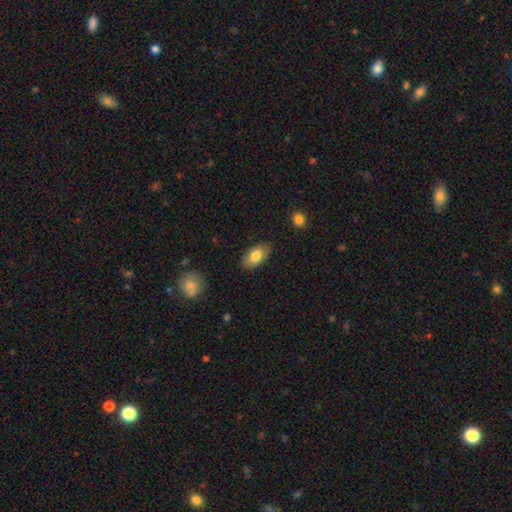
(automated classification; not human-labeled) smooth_or_featured: smooth (p=0.79) [alt: featured or disk p=0.14]
how_rounded: in between (p=0.93) [alt: round p=0.04]
merging: none (p=0.85) [alt: minor disturbance p=0.12]